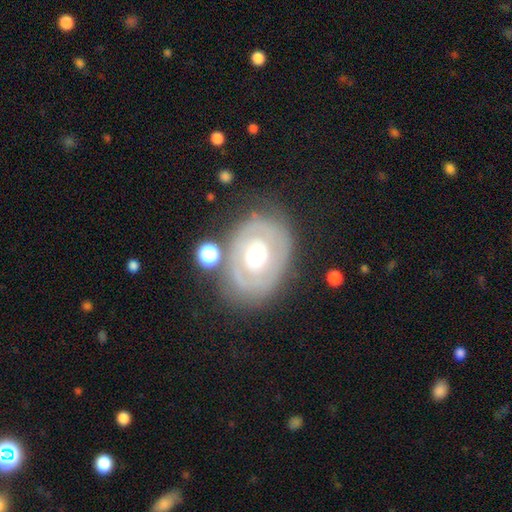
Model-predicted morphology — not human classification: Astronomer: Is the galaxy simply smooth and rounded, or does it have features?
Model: featured or disk — 67%.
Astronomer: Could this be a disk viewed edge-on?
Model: no — 95%.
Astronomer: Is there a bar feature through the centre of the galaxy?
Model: no — 79%.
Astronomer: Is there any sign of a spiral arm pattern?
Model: no — 52% (runner-up: yes, 48%).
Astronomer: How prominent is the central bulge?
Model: moderate — 67%.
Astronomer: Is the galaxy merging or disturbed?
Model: none — 69%.